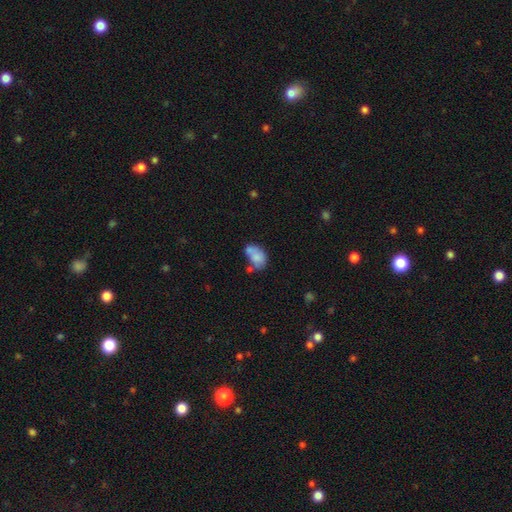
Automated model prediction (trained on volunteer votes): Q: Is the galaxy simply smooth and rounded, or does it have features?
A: smooth — 72%.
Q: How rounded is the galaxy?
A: in between — 83%.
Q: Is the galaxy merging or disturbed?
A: merger — 34%.